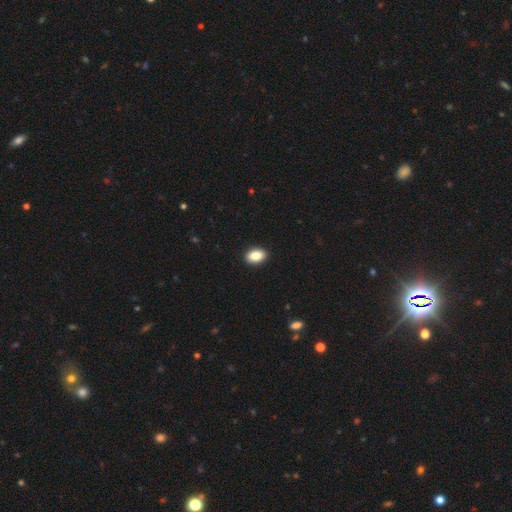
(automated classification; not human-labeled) A smooth galaxy with no disk features (87%) that is in between round and cigar-shaped (84%). Merging: none (92%).